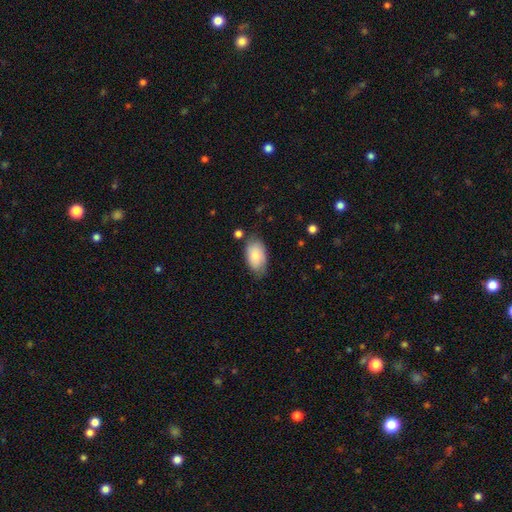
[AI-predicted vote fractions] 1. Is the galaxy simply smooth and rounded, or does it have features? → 78% smooth, 16% featured or disk, 6% star or artifact.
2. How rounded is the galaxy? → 93% in between, 5% round, 2% cigar-shaped.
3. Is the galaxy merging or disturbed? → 70% none, 22% minor disturbance, 5% major disturbance, 3% merger.